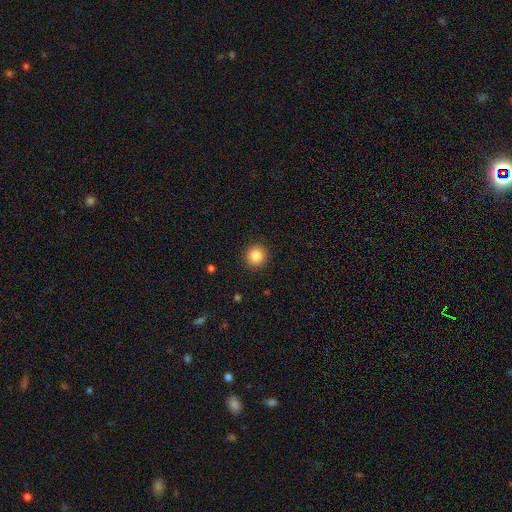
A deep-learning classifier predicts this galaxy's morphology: Smooth or featured? Predicted: smooth (p=0.85). How rounded? Predicted: round (p=0.94). Merging? Predicted: none (p=0.92).